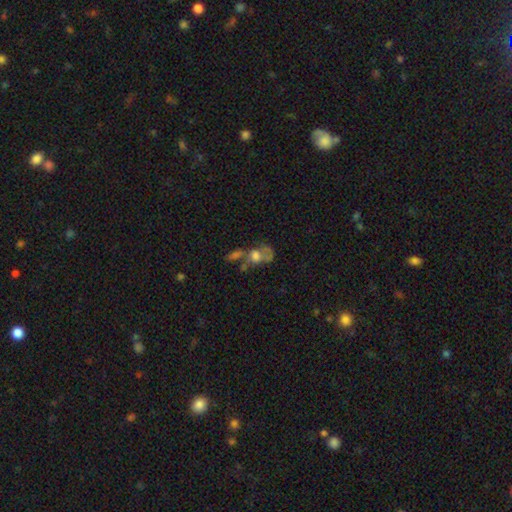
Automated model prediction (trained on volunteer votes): This appears to be a smooth galaxy with no disk features (45%). Merging: merger (48%).